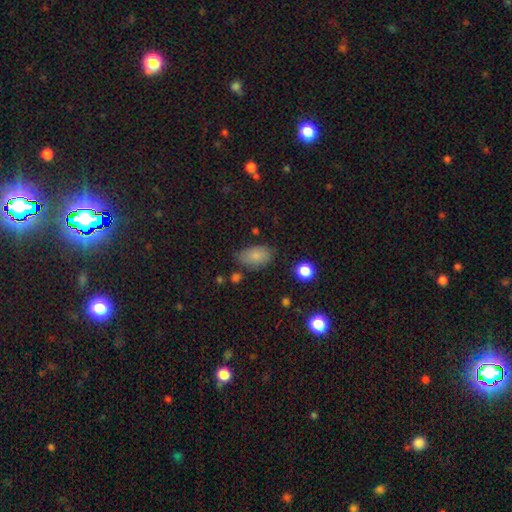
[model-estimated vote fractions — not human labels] Smooth or featured? Predicted: smooth (p=0.81). How rounded? Predicted: in between (p=0.90). Merging? Predicted: none (p=0.68).